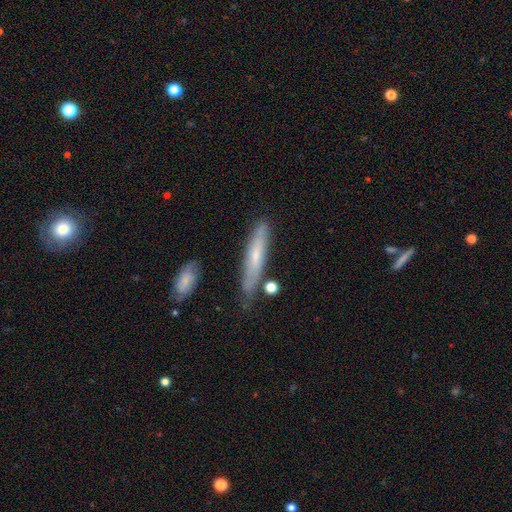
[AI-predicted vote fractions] This is possibly a smooth galaxy (55%). How rounded: clearly cigar-shaped (86%). Merging: likely none (74%).